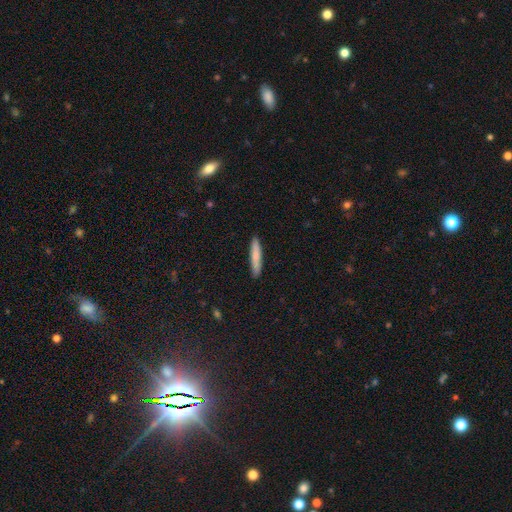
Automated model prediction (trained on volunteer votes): The model was most divided on "smooth or featured": smooth: 80%, featured or disk: 15%, star or artifact: 6%. More confident: how rounded — cigar-shaped (92%); merging — none (90%).